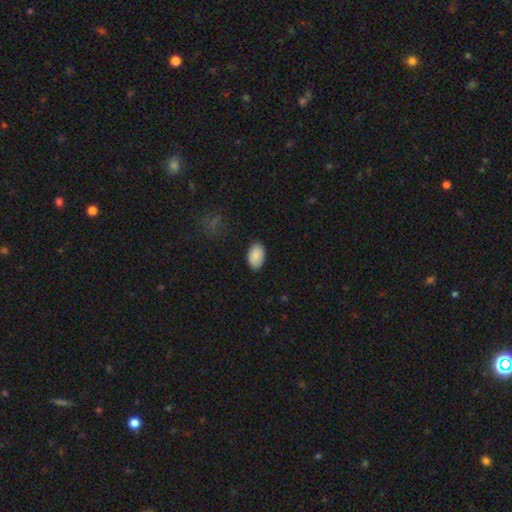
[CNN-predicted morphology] Smooth or featured? smooth (90%)
How rounded? in between (92%)
Merging? none (86%)